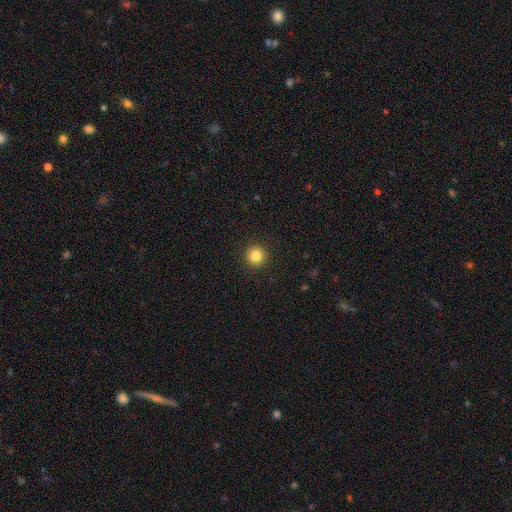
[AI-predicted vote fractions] smooth_or_featured: smooth (p=0.84) [alt: star or artifact p=0.11]
how_rounded: round (p=0.95) [alt: in between p=0.04]
merging: none (p=0.93) [alt: minor disturbance p=0.04]